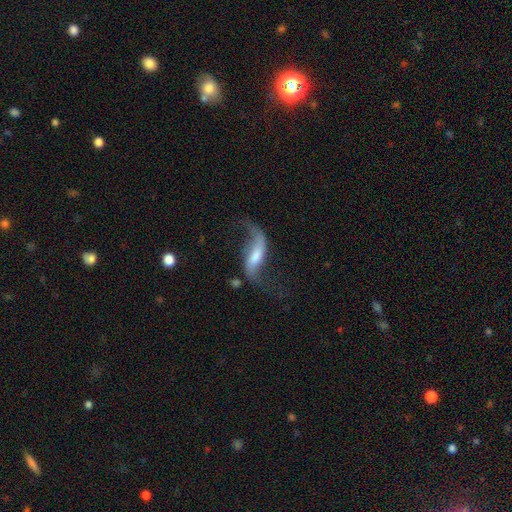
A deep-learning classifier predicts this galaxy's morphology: Smooth or featured: featured or disk — 81% (smooth — 13%)
Edge-on disk: no — 89% (yes — 11%)
Bar: weak — 38% (strong — 34%)
Spiral arms: yes — 93% (no — 7%)
Spiral winding: loose — 93% (medium — 5%)
Spiral arm count: 2 — 91% (1 — 5%)
Bulge size: moderate — 36% (small — 28%)
Merging: none — 57% (major disturbance — 20%)